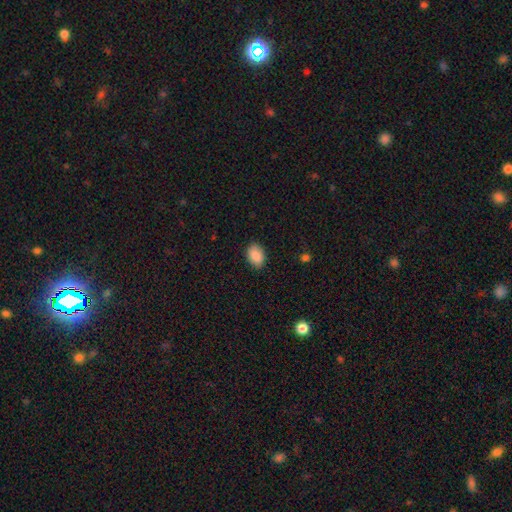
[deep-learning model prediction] This is clearly a smooth galaxy (89%). How rounded: clearly in between (84%). Merging: clearly none (87%).